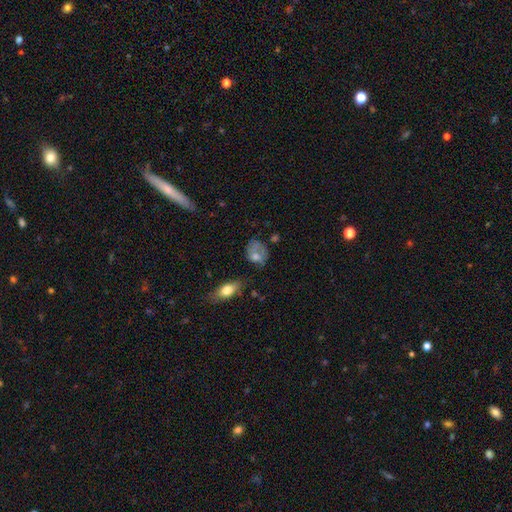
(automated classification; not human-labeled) Overall: smooth (54%; featured or disk 33%). How rounded: in between (59%; round 39%). Merging: none (48%; minor disturbance 28%).